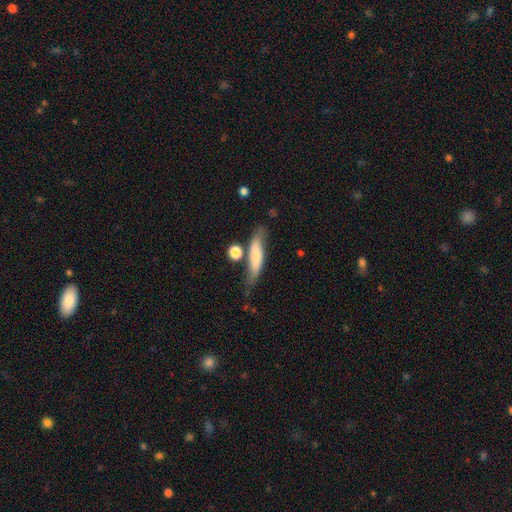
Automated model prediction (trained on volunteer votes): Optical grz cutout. It shows a smooth galaxy with no disk features (63%) that is cigar-shaped (71%). Merging: none (61%).